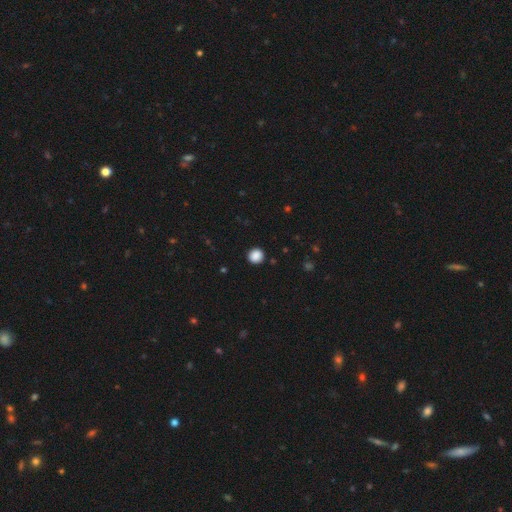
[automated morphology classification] Smooth or featured? smooth (88%)
How rounded? round (90%)
Merging? none (91%)